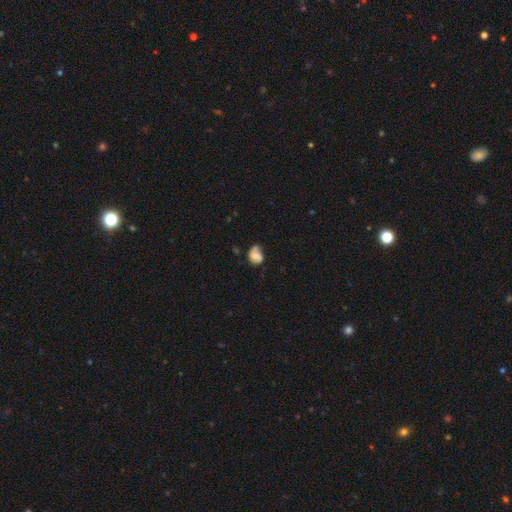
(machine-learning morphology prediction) Smooth or featured?
  - smooth: 60% *
  - featured or disk: 30%
  - star or artifact: 10%
How rounded?
  - in between: 63% *
  - round: 36%
  - cigar-shaped: 1%
Merging?
  - none: 38% *
  - minor disturbance: 36%
  - major disturbance: 19%
  - merger: 7%